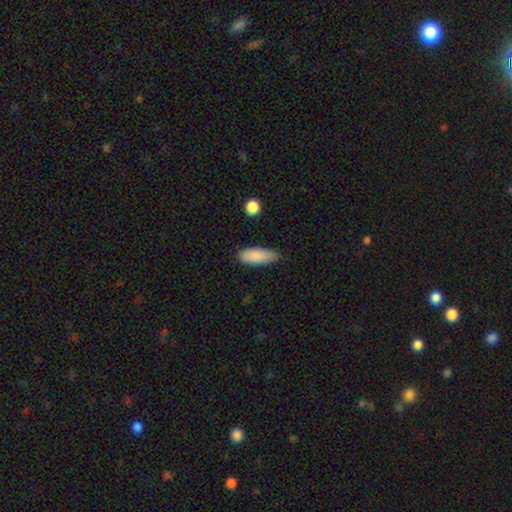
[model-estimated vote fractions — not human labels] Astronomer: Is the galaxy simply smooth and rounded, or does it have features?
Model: smooth — 87%.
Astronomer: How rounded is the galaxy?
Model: in between — 73%.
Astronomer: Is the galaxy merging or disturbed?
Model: none — 76%.